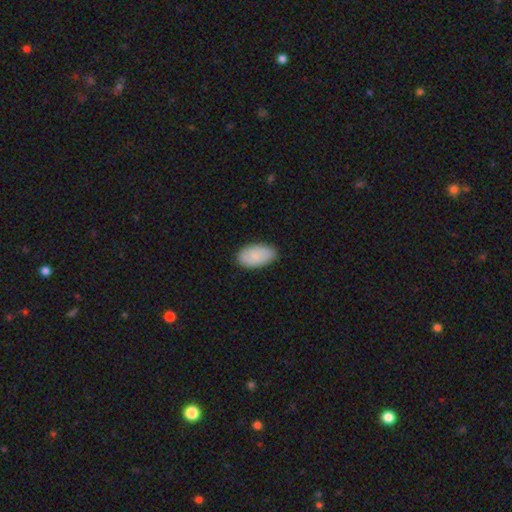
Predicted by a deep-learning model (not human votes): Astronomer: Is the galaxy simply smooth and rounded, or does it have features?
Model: smooth — 86%.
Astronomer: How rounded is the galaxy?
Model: in between — 95%.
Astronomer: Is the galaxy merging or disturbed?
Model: none — 83%.